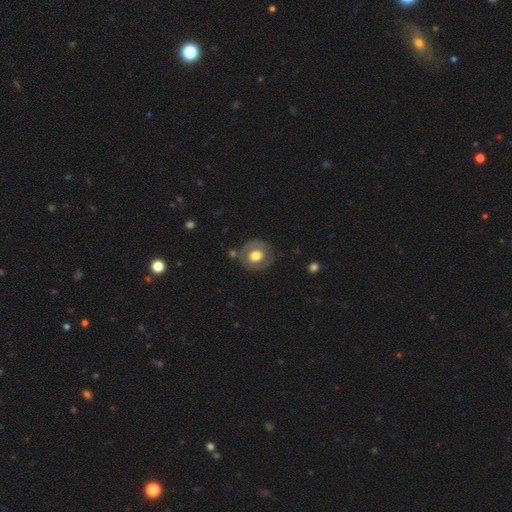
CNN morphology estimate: smooth_or_featured: smooth (p=0.52) [alt: featured or disk p=0.41]
how_rounded: round (p=0.71) [alt: in between p=0.27]
merging: none (p=0.74) [alt: minor disturbance p=0.15]